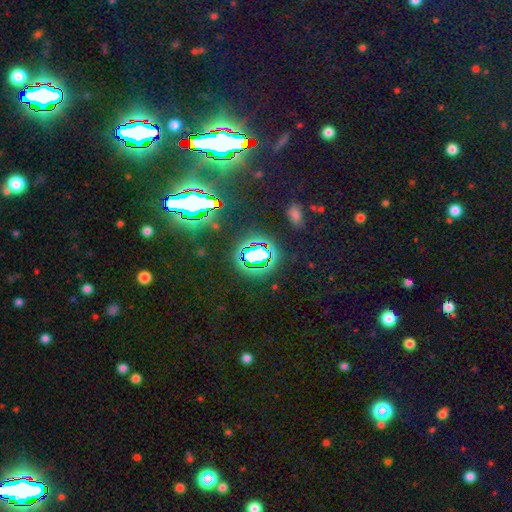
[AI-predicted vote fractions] Overall: star or artifact (75%).